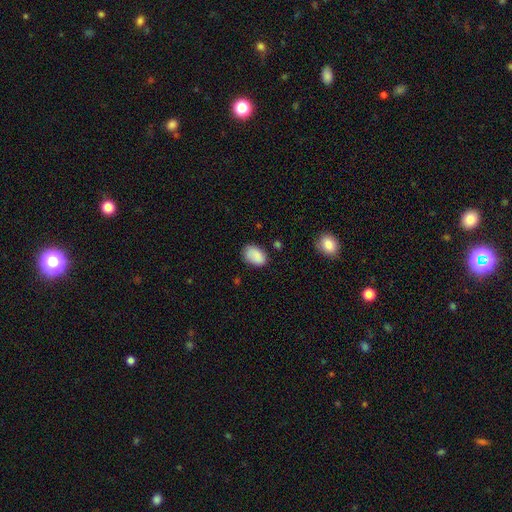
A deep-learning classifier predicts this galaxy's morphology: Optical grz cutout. It shows a smooth galaxy with no disk features (86%) that is in between round and cigar-shaped (86%). Merging: none (70%).